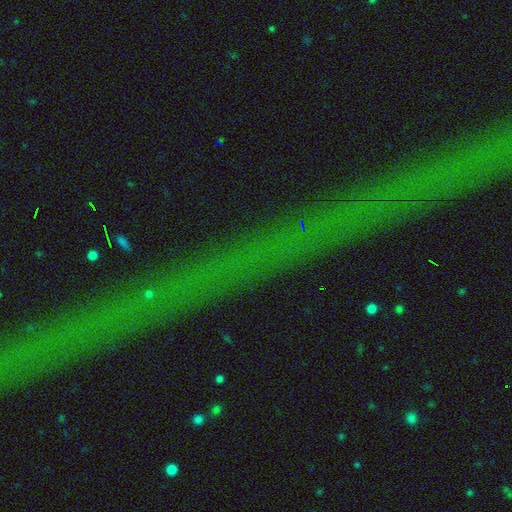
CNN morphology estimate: smooth-or-featured: star or artifact: 77% | featured or disk: 14% | smooth: 9%